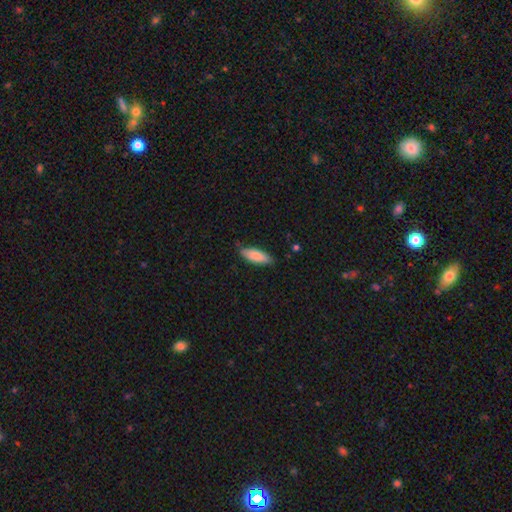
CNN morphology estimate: smooth-or-featured: smooth: 82% | featured or disk: 12% | star or artifact: 6%
  how-rounded: in between: 66% | cigar-shaped: 32% | round: 2%
  merging: none: 75% | minor disturbance: 21% | major disturbance: 3% | merger: 2%